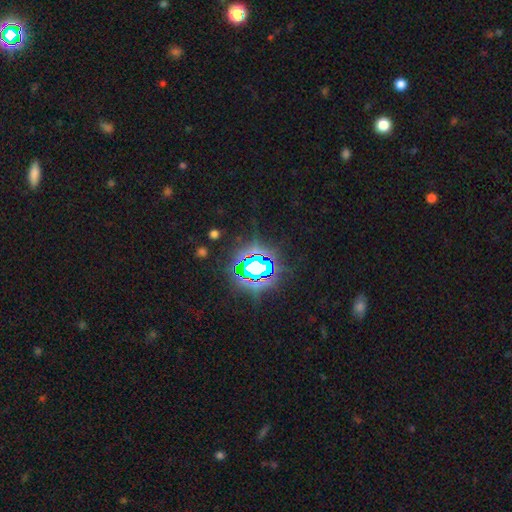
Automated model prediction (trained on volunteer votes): Smooth or featured? Predicted: star or artifact (p=0.79).